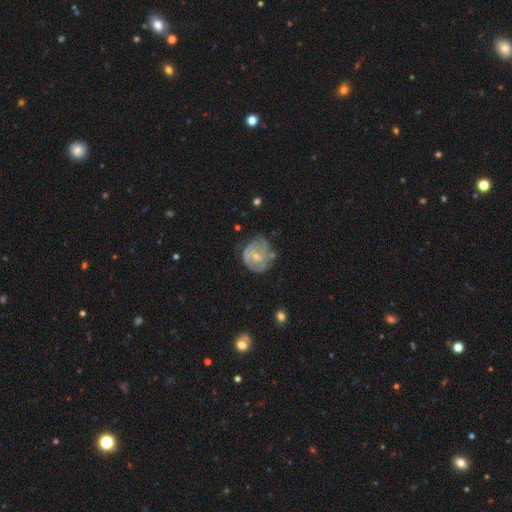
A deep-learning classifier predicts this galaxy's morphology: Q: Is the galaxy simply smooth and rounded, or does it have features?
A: featured or disk — 69%.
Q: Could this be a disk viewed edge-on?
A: no — 97%.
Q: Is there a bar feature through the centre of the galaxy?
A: no — 50%.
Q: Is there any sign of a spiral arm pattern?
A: yes — 67%.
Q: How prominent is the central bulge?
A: small — 54%.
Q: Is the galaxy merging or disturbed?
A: none — 47%.